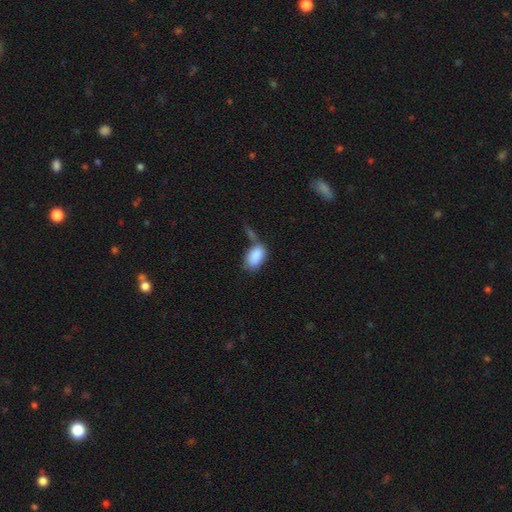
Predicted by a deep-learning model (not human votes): Morphology: type=smooth (87%); roundness=in between (93%); merging=none (44%).